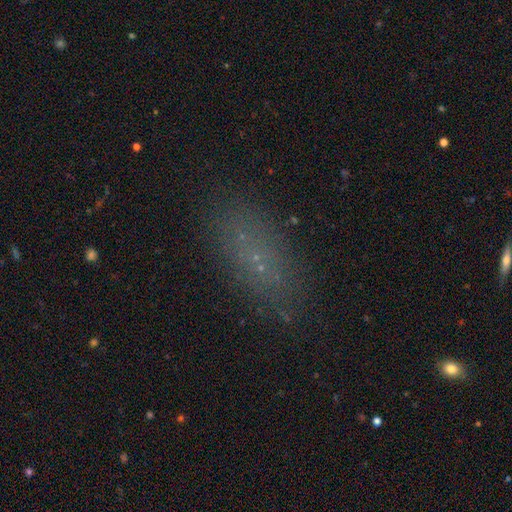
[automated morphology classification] A smooth galaxy with no disk features (62%) that is in between round and cigar-shaped (73%).

Vote fractions:
- Smooth or featured? smooth: 62% / star or artifact: 21% / featured or disk: 17%
- How rounded? in between: 73% / cigar-shaped: 22% / round: 5%
- Merging? none: 79% / minor disturbance: 14% / major disturbance: 6% / merger: 2%